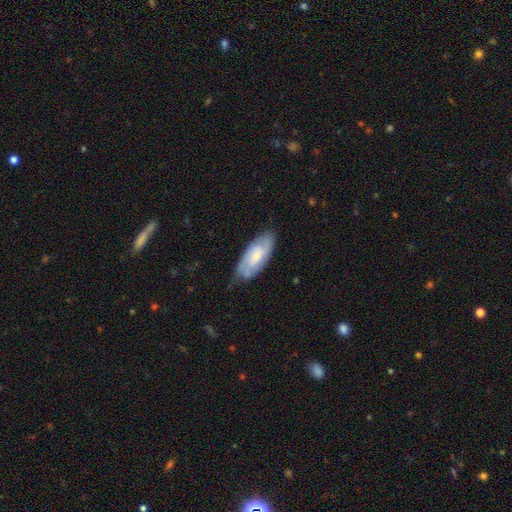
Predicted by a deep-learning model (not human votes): smooth_or_featured: featured or disk (p=0.54) [alt: smooth p=0.40]
disk_edge_on: no (p=0.89) [alt: yes p=0.11]
merging: none (p=0.71) [alt: minor disturbance p=0.23]